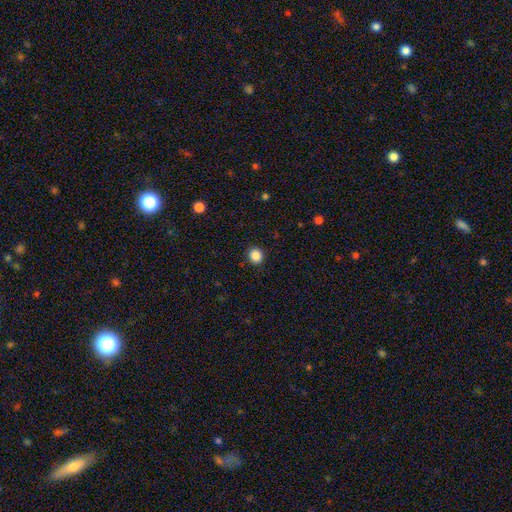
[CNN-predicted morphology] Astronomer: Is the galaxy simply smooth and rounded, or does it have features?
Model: smooth — 87%.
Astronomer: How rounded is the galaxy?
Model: round — 82%.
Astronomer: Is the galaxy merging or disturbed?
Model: none — 91%.